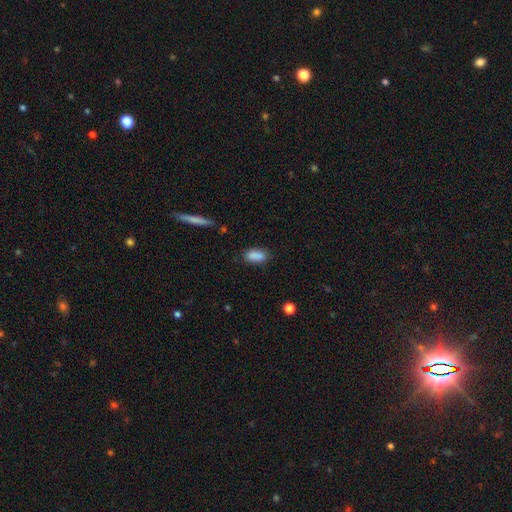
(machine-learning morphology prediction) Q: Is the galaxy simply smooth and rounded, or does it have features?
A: smooth — 87%.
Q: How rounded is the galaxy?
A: in between — 88%.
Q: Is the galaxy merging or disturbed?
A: none — 78%.